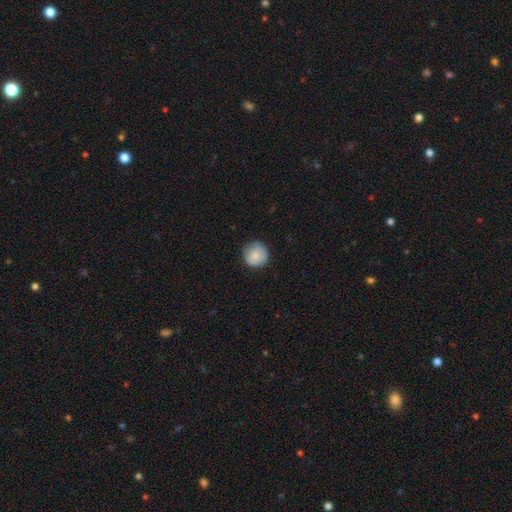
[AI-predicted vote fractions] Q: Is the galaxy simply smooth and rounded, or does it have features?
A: smooth — 83%.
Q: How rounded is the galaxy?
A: round — 94%.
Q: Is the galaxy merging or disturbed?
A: none — 83%.